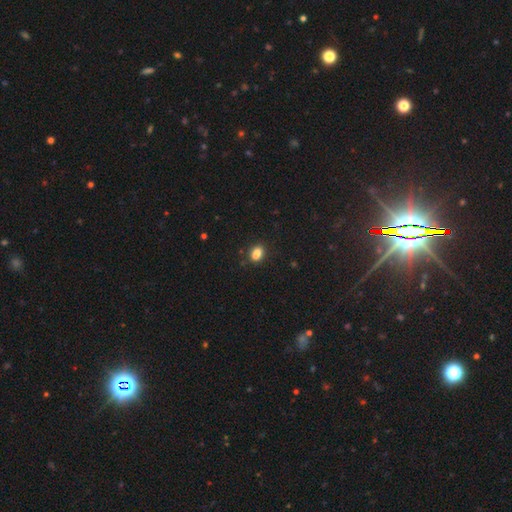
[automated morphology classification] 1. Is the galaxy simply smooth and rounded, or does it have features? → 84% smooth, 11% star or artifact, 5% featured or disk.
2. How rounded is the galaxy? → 77% in between, 21% round, 2% cigar-shaped.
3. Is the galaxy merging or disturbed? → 79% none, 12% minor disturbance, 6% merger, 3% major disturbance.